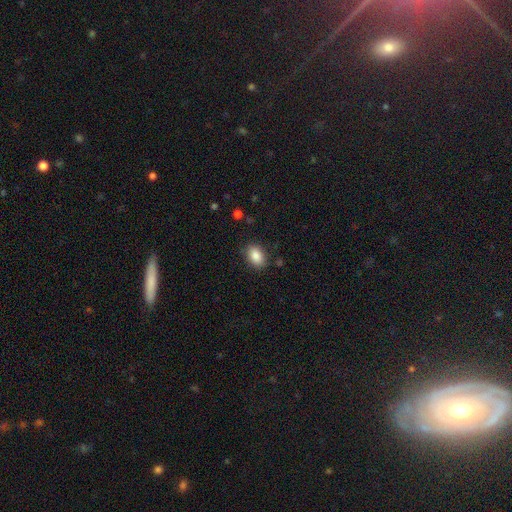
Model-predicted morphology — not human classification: Smooth or featured?
  - smooth: 87% *
  - star or artifact: 8%
  - featured or disk: 5%
How rounded?
  - in between: 84% *
  - round: 15%
  - cigar-shaped: 1%
Merging?
  - none: 85% *
  - minor disturbance: 11%
  - major disturbance: 3%
  - merger: 1%